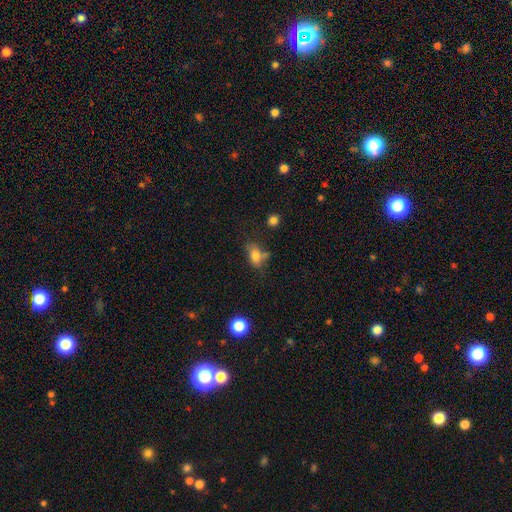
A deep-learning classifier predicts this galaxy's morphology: Smooth or featured?
  - smooth: 77% *
  - star or artifact: 11%
  - featured or disk: 11%
How rounded?
  - in between: 75% *
  - round: 22%
  - cigar-shaped: 2%
Merging?
  - none: 51% *
  - minor disturbance: 26%
  - merger: 13%
  - major disturbance: 10%